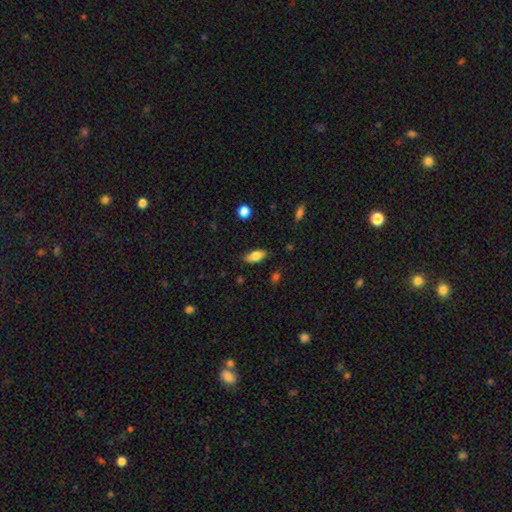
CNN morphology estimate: This is clearly a smooth galaxy (81%). How rounded: clearly in between (87%). Merging: clearly none (85%).